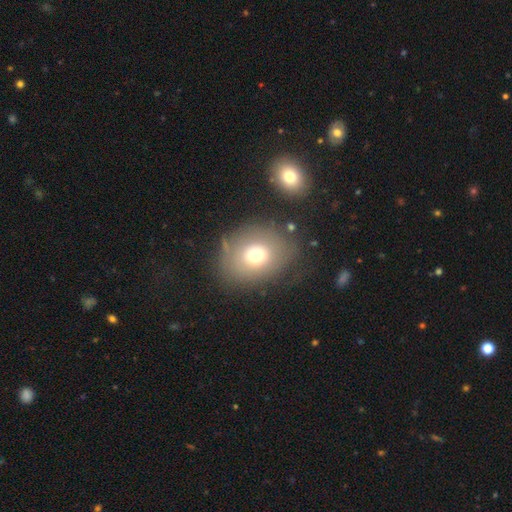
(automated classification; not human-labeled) smooth_or_featured: smooth (p=0.68) [alt: featured or disk p=0.19]
how_rounded: round (p=0.54) [alt: in between p=0.45]
merging: none (p=0.69) [alt: minor disturbance p=0.17]